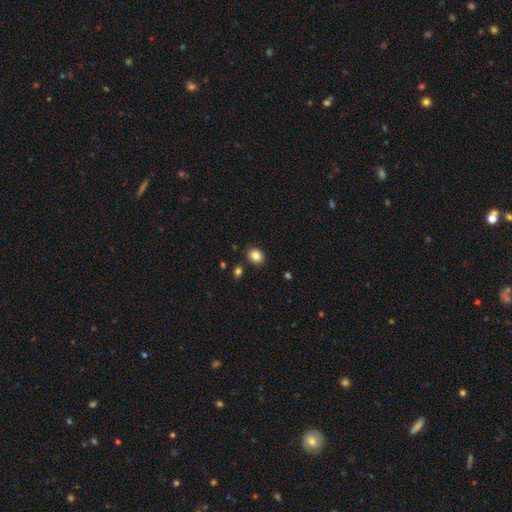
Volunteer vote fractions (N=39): Volunteers were most divided on "how rounded": in between: 55%, round: 42%, cigar-shaped: 3%. More confident: smooth or featured — smooth (85%); merging — none (84%).